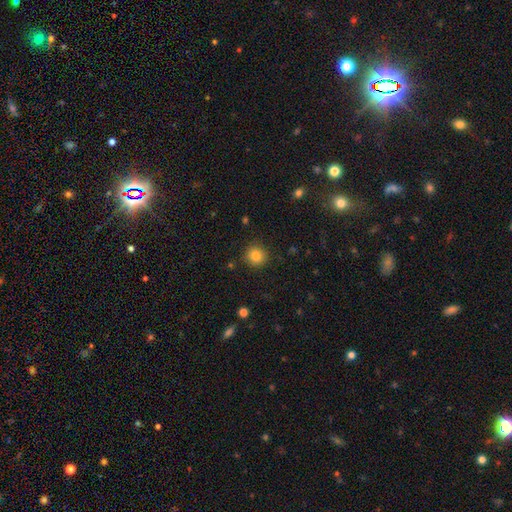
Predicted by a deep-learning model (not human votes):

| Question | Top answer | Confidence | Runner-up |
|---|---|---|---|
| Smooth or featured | smooth | 84% | star or artifact (11%) |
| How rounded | round | 92% | in between (7%) |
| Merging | none | 89% | minor disturbance (7%) |